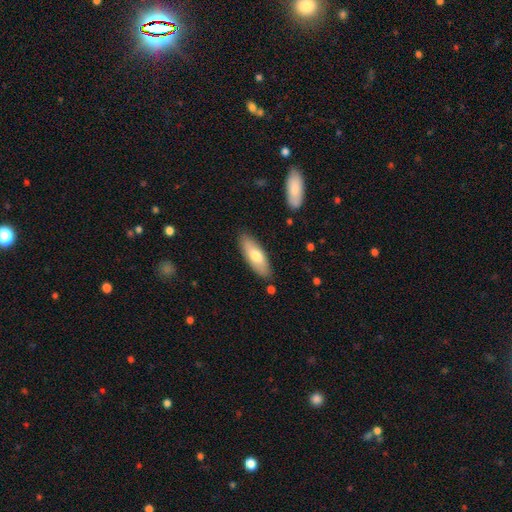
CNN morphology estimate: This is likely a smooth galaxy (71%). How rounded: likely in between (67%). Merging: clearly none (85%).